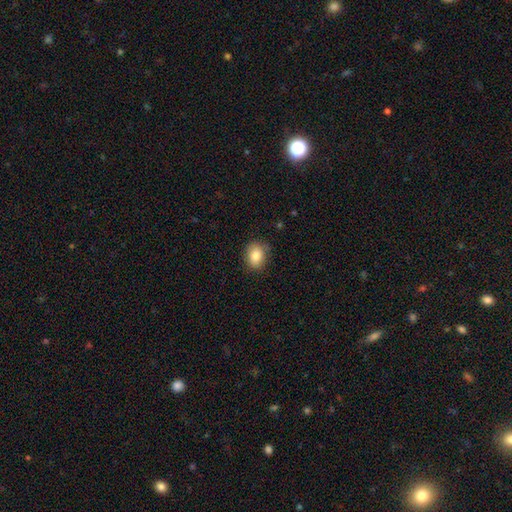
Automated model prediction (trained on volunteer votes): A smooth galaxy with no disk features (83%) that is in between round and cigar-shaped (61%). Merging: none (84%).